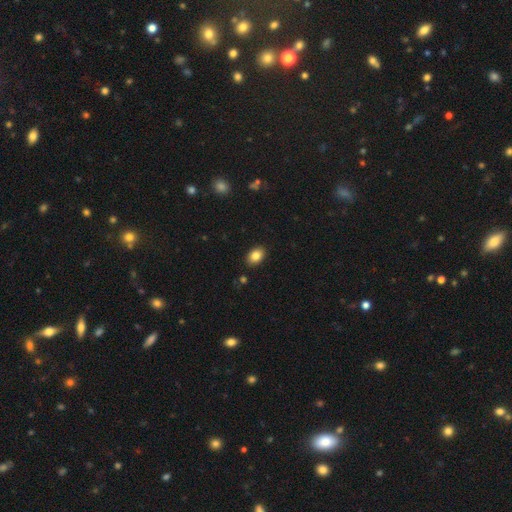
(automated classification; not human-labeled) Smooth or featured: smooth — 85% (star or artifact — 9%)
How rounded: in between — 77% (round — 22%)
Merging: none — 89% (minor disturbance — 8%)